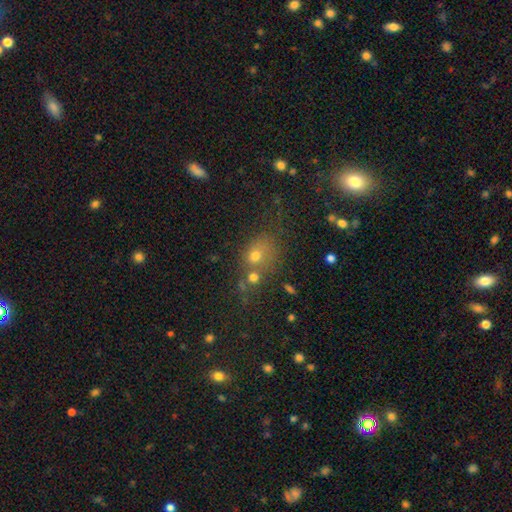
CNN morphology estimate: The model was most divided on "merging": none: 44%, merger: 33%, minor disturbance: 14%, major disturbance: 9%. More confident: smooth or featured — smooth (63%); how rounded — round (58%).